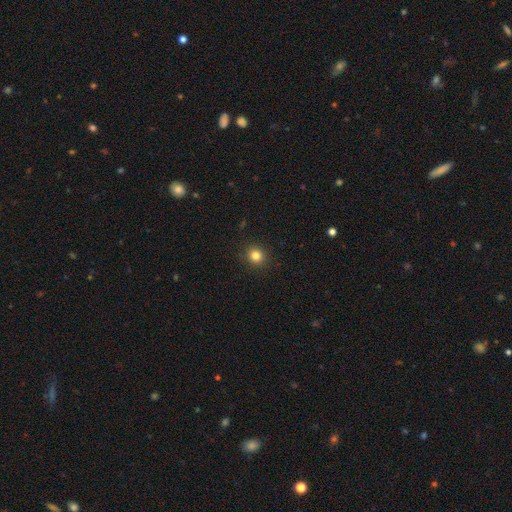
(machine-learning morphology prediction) Overall: smooth (83%). How rounded: round (88%). Merging: none (92%).